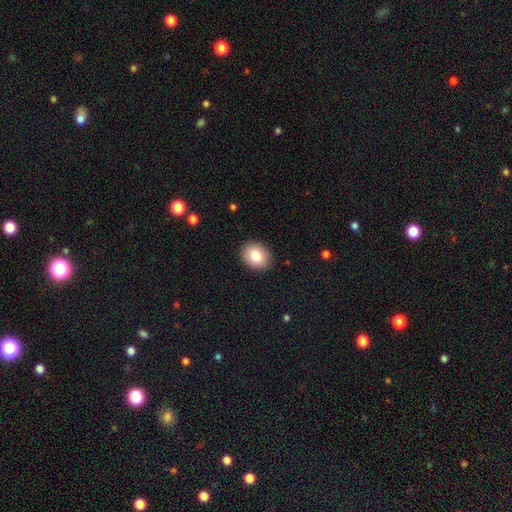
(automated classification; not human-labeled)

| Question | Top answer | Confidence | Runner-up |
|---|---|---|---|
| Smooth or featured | smooth | 84% | star or artifact (8%) |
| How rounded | round | 54% | in between (46%) |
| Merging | none | 90% | minor disturbance (7%) |